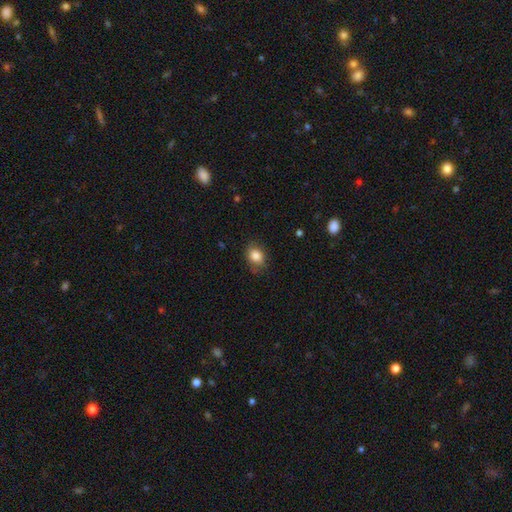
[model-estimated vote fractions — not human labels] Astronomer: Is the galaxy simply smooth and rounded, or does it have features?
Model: smooth — 85%.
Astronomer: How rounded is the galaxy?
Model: in between — 55% (runner-up: round, 44%).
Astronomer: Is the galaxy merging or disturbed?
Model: none — 78%.